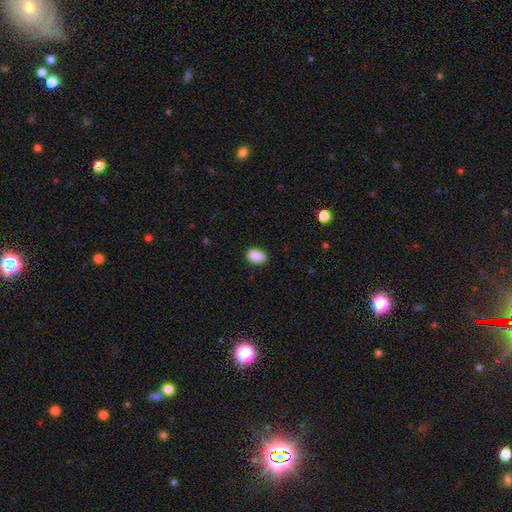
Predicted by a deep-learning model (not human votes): smooth_or_featured: smooth (p=0.88) [alt: star or artifact p=0.08]
how_rounded: in between (p=0.82) [alt: round p=0.17]
merging: none (p=0.81) [alt: minor disturbance p=0.15]